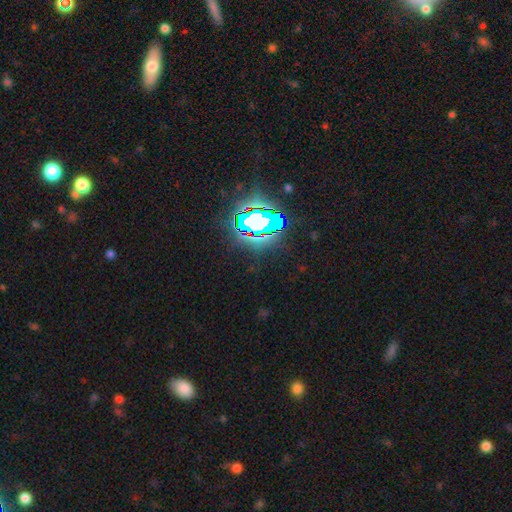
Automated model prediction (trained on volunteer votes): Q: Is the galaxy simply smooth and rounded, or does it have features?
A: star or artifact — 78%.